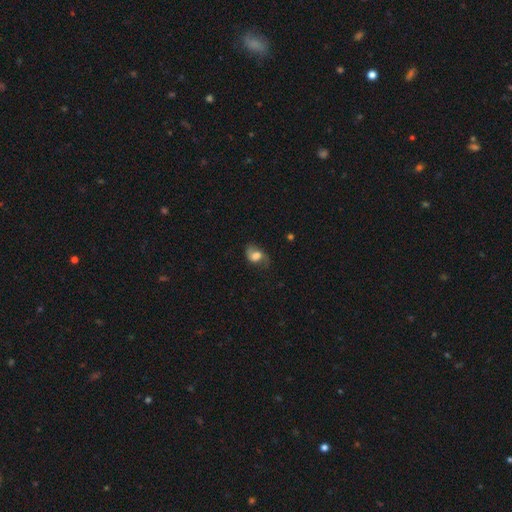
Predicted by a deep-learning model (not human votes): smooth_or_featured: smooth (p=0.54) [alt: featured or disk p=0.37]
how_rounded: in between (p=0.75) [alt: round p=0.24]
merging: none (p=0.52) [alt: minor disturbance p=0.28]